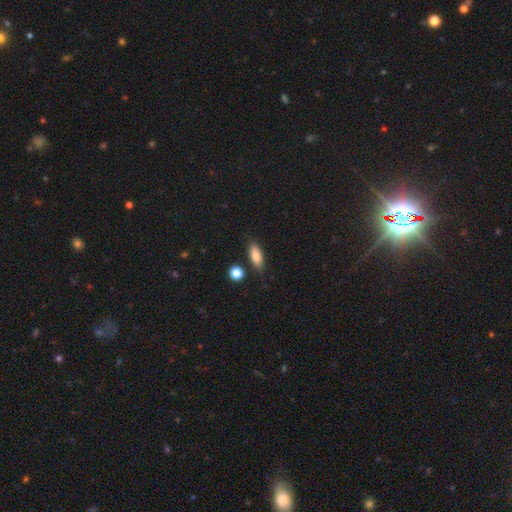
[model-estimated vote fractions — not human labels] Overall: smooth (83%). How rounded: in between (74%). Merging: none (82%).